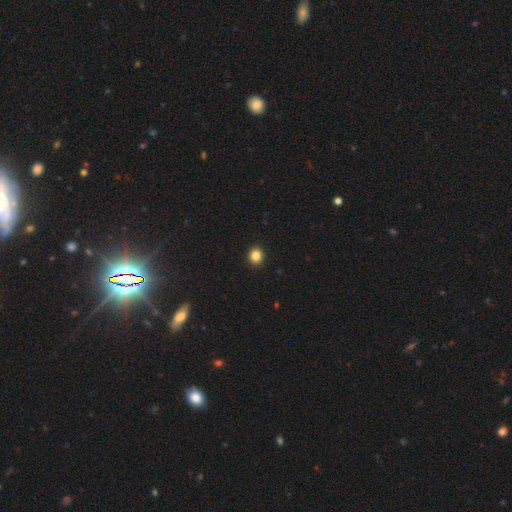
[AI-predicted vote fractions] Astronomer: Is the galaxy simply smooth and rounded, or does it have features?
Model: smooth — 84%.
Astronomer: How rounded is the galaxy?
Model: round — 86%.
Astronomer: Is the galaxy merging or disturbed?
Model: none — 93%.